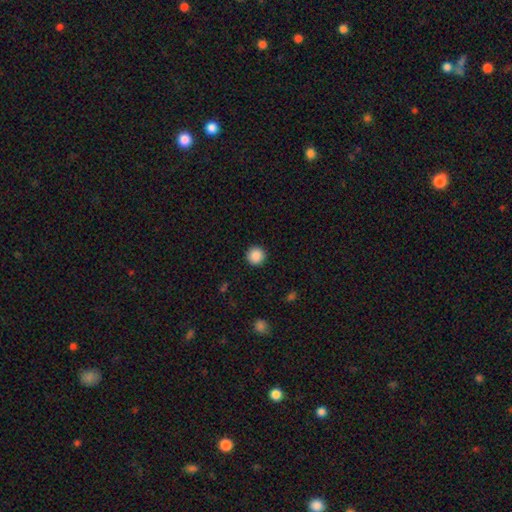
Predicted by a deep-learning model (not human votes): Smooth or featured: smooth — 88% (star or artifact — 9%)
How rounded: round — 96% (in between — 3%)
Merging: none — 92% (minor disturbance — 5%)